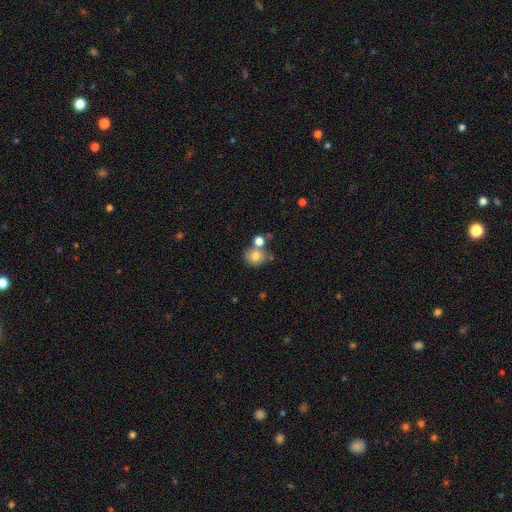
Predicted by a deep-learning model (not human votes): smooth_or_featured: smooth (p=0.77) [alt: featured or disk p=0.12]
how_rounded: round (p=0.73) [alt: in between p=0.26]
merging: none (p=0.55) [alt: merger p=0.29]